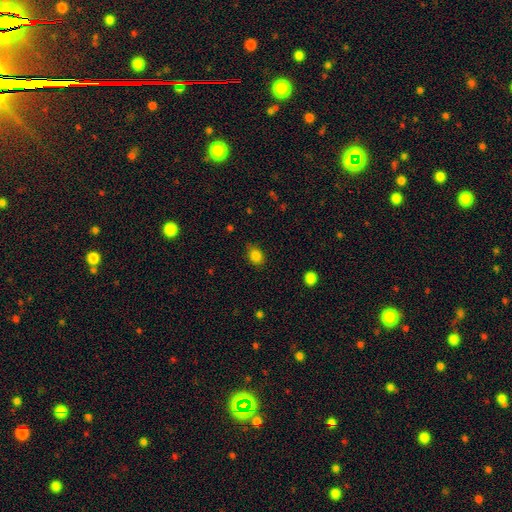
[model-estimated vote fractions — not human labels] Smooth or featured? Predicted: smooth (p=0.84). How rounded? Predicted: in between (p=0.62). Merging? Predicted: none (p=0.76).